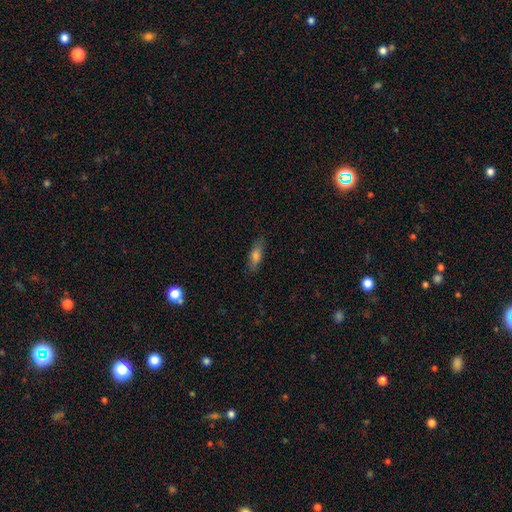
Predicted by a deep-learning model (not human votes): Smooth or featured? smooth (71%)
How rounded? in between (58%)
Merging? none (83%)